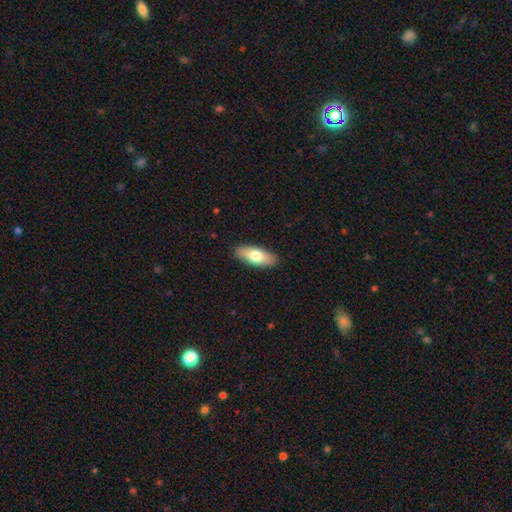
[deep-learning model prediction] This appears to be a smooth galaxy with no disk features (72%) that is in between round and cigar-shaped (76%). Merging: none (90%).